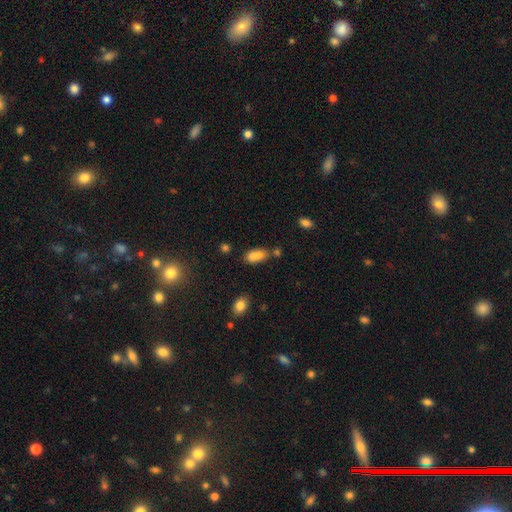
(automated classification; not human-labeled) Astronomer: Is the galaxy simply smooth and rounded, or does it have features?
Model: smooth — 75%.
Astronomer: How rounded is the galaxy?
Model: in between — 82%.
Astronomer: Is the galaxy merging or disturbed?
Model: merger — 44% (runner-up: none, 37%).